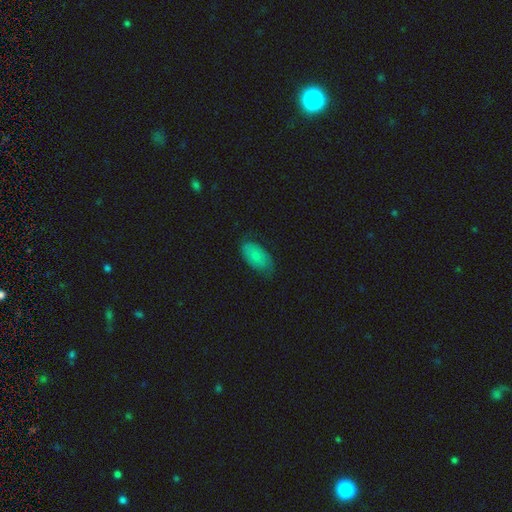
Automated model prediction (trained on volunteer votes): This appears to be a smooth galaxy with no disk features (75%) that is in between round and cigar-shaped (93%). Merging: none (70%).